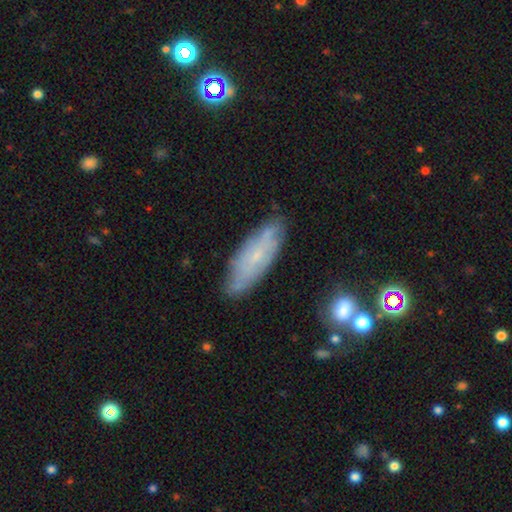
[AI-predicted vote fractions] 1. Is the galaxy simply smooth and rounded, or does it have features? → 48% featured or disk, 44% smooth, 8% star or artifact.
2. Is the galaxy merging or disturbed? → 76% none, 18% minor disturbance, 4% major disturbance, 2% merger.